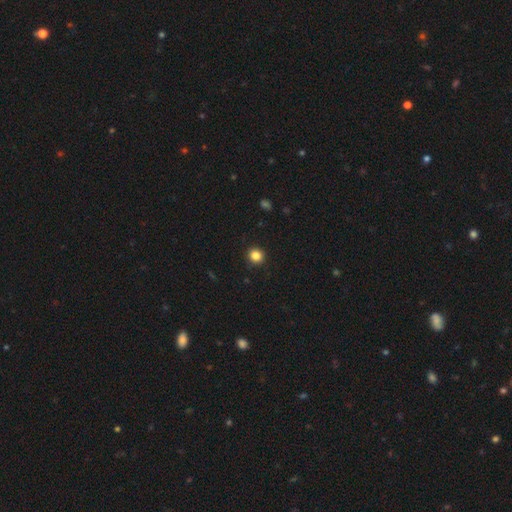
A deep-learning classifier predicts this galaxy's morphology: This appears to be a smooth galaxy with no disk features (84%) that is round (92%). Merging: none (92%).